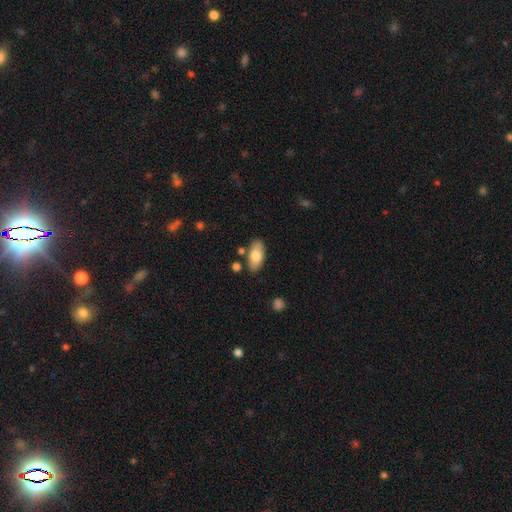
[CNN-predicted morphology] Overall: smooth (76%). How rounded: in between (92%). Merging: none (81%).